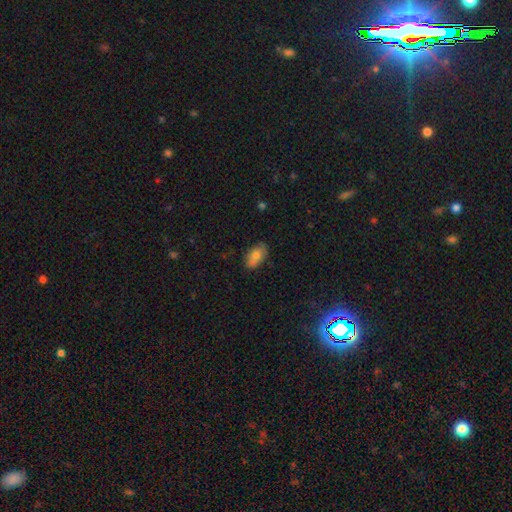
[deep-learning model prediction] This is likely a smooth galaxy (78%). How rounded: clearly in between (92%). Merging: likely none (79%).